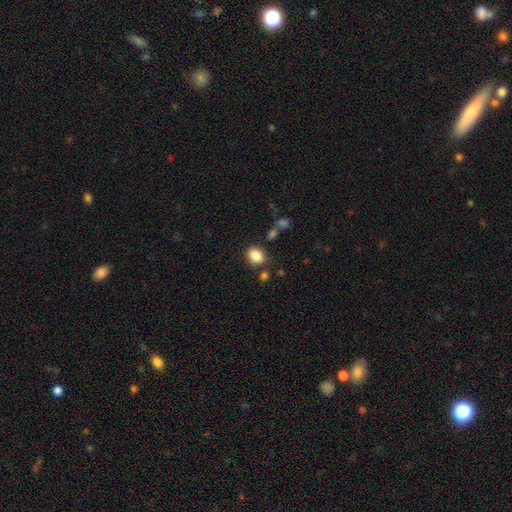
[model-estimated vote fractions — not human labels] Morphology: type=smooth (86%); roundness=in between (59%); merging=none (77%).